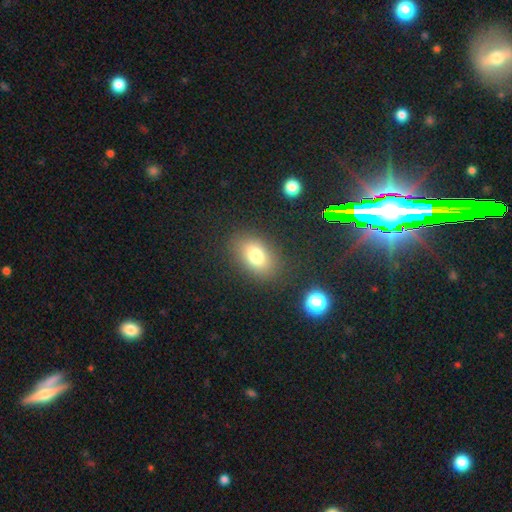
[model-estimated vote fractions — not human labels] This is likely a smooth galaxy (77%). How rounded: clearly in between (80%). Merging: clearly none (84%).